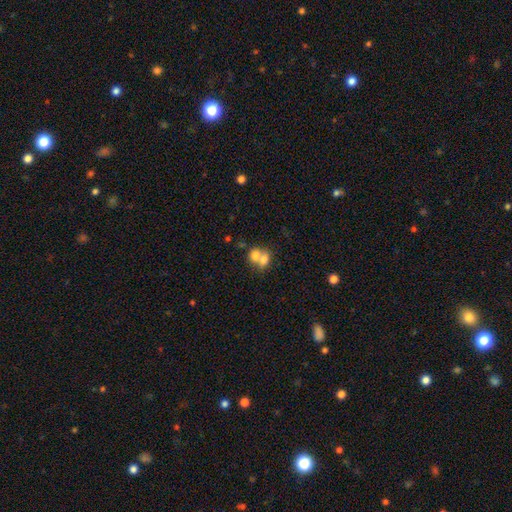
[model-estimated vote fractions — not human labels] Morphology: type=smooth (70%); roundness=round (59%); merging=merger (71%).